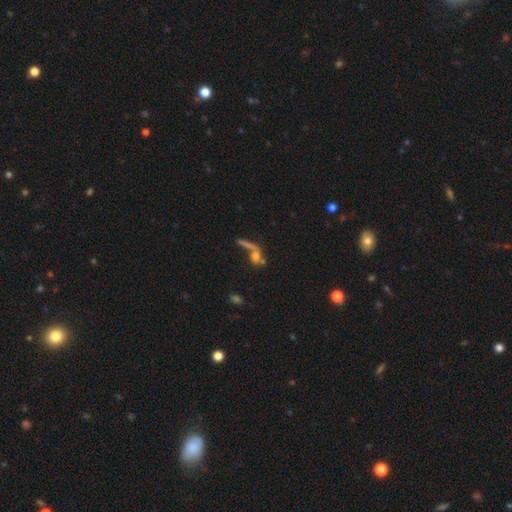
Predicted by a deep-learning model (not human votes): smooth-or-featured: smooth: 54% | featured or disk: 30% | star or artifact: 16%
  how-rounded: round: 39% | in between: 36% | cigar-shaped: 24%
  merging: merger: 40% | none: 34% | major disturbance: 17% | minor disturbance: 10%